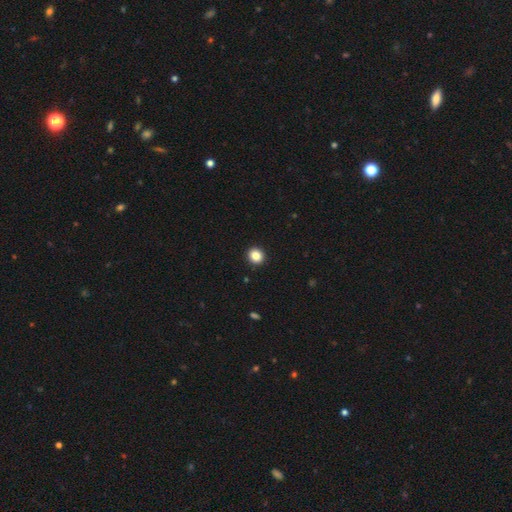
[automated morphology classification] smooth_or_featured: smooth (p=0.86) [alt: star or artifact p=0.10]
how_rounded: round (p=0.85) [alt: in between p=0.14]
merging: none (p=0.93) [alt: minor disturbance p=0.04]